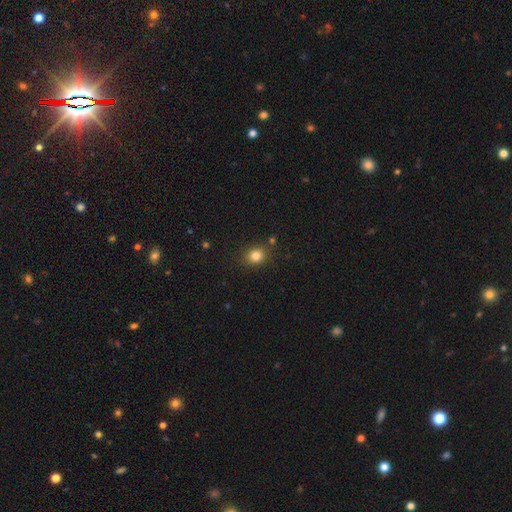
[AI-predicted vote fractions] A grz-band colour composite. It shows a smooth galaxy with no disk features (82%) that is round (66%). Merging: none (84%).